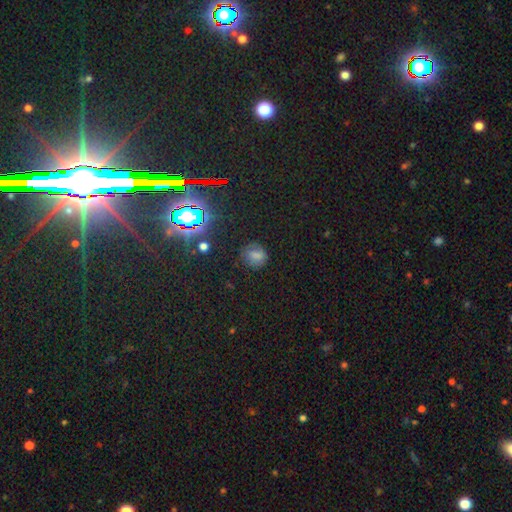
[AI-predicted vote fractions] smooth 64%, star or artifact 22%, featured or disk 14%. Down the decision tree: how rounded — round (71%); merging — none (73%).